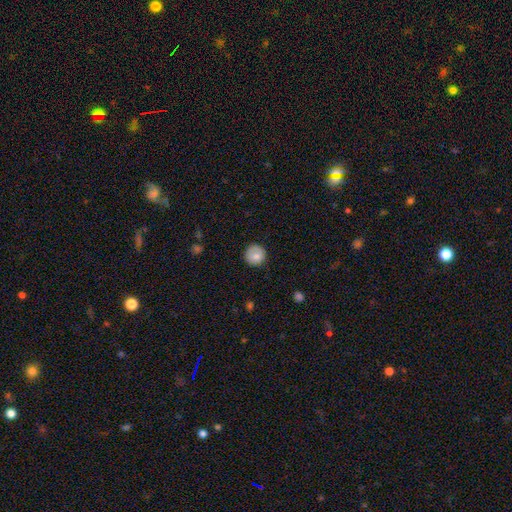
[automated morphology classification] Smooth or featured?
  - smooth: 81% *
  - featured or disk: 11%
  - star or artifact: 8%
How rounded?
  - round: 93% *
  - in between: 6%
  - cigar-shaped: 1%
Merging?
  - none: 83% *
  - minor disturbance: 13%
  - major disturbance: 3%
  - merger: 1%